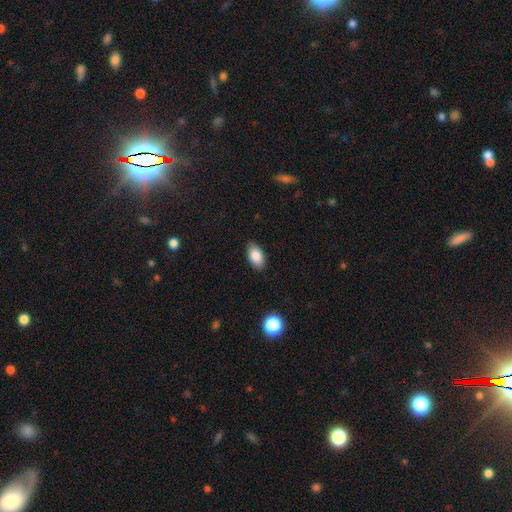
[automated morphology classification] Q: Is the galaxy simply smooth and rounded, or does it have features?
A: smooth — 85%.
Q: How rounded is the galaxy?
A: in between — 93%.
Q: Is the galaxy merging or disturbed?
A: none — 87%.